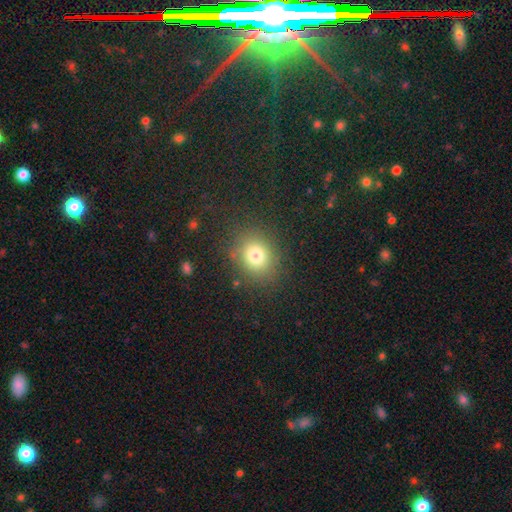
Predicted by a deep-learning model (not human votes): Overall: smooth (76%). How rounded: round (70%). Merging: none (83%).